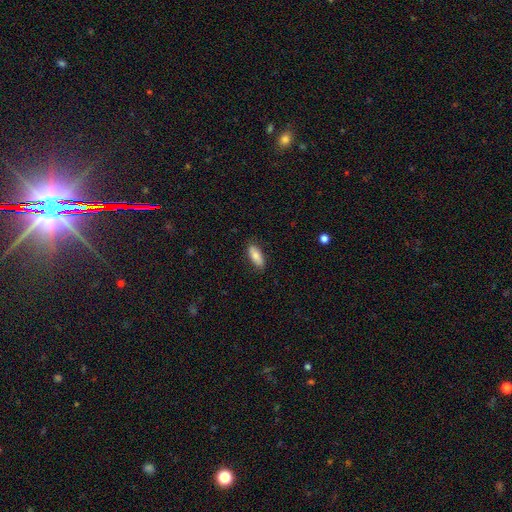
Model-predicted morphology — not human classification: smooth 80%, featured or disk 13%, star or artifact 7%. Down the decision tree: how rounded — in between (80%); merging — none (84%).